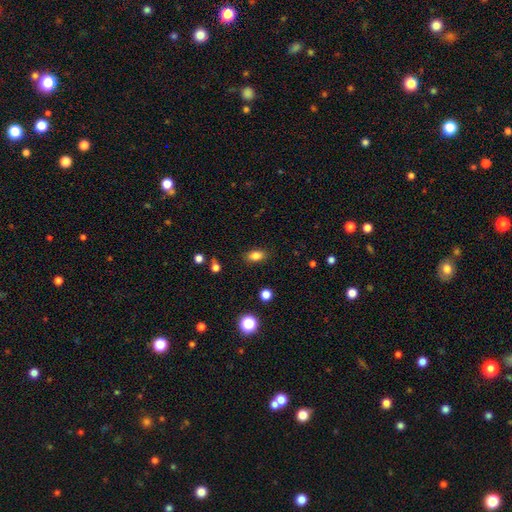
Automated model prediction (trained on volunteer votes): This appears to be a smooth galaxy with no disk features (83%) that is in between round and cigar-shaped (84%). Merging: none (86%).